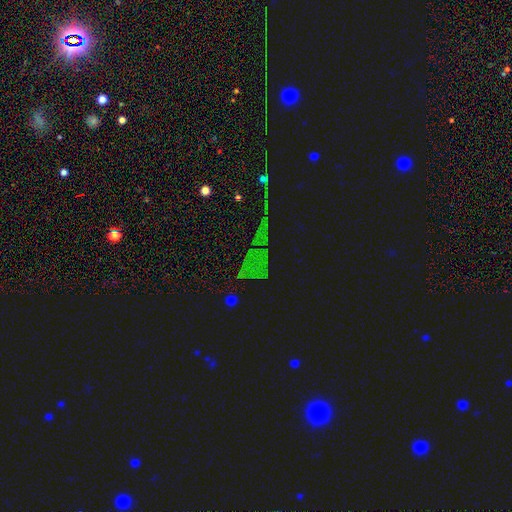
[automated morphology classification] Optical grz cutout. It shows a star or artifact, not a galaxy (75%).